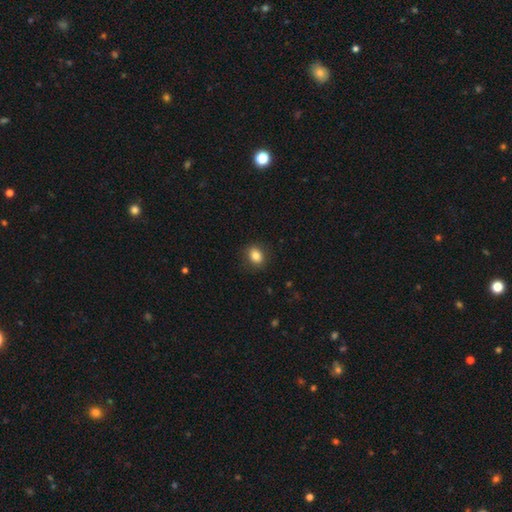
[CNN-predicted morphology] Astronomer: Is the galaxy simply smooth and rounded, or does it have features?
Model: smooth — 84%.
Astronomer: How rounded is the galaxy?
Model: in between — 56% (runner-up: round, 43%).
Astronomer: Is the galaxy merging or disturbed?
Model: none — 86%.